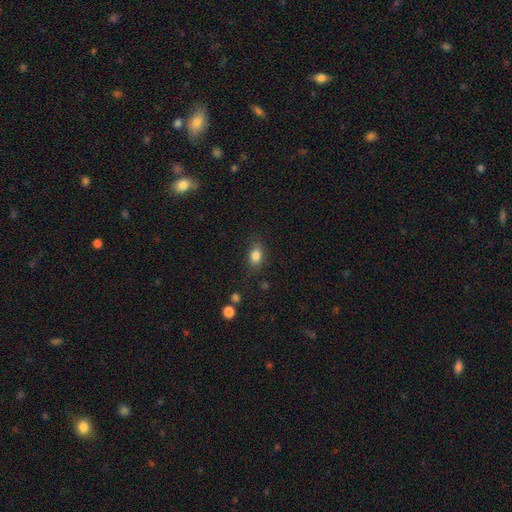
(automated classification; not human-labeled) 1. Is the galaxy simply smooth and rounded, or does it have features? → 83% smooth, 10% star or artifact, 7% featured or disk.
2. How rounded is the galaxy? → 74% in between, 24% round, 2% cigar-shaped.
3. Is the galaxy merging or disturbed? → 81% none, 14% minor disturbance, 4% major disturbance, 2% merger.